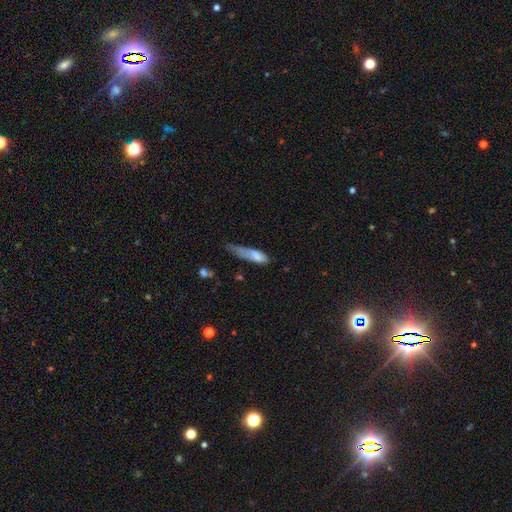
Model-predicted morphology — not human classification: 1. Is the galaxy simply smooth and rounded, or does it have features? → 70% smooth, 22% featured or disk, 8% star or artifact.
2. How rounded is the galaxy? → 55% cigar-shaped, 43% in between, 2% round.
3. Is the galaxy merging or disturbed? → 37% major disturbance, 36% minor disturbance, 20% none, 7% merger.